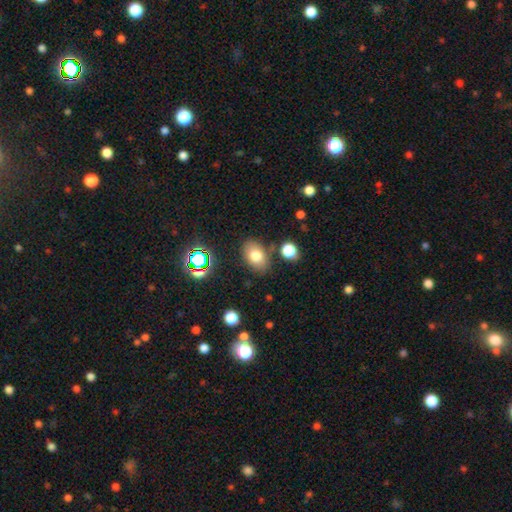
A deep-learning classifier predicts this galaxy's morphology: Overall: smooth (76%). How rounded: in between (78%). Merging: none (78%).